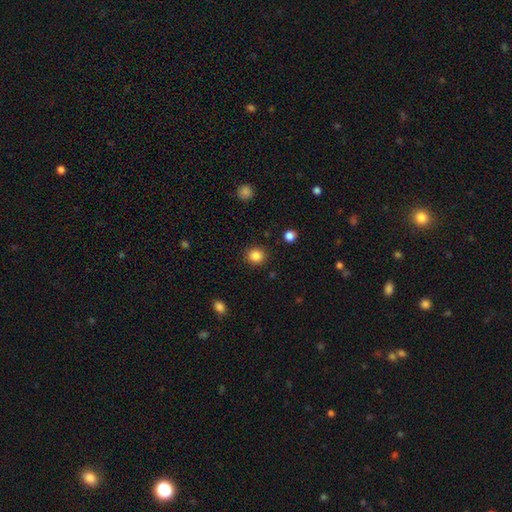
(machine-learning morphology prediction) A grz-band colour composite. It shows a smooth galaxy with no disk features (86%) that is round (87%). Merging: none (90%).